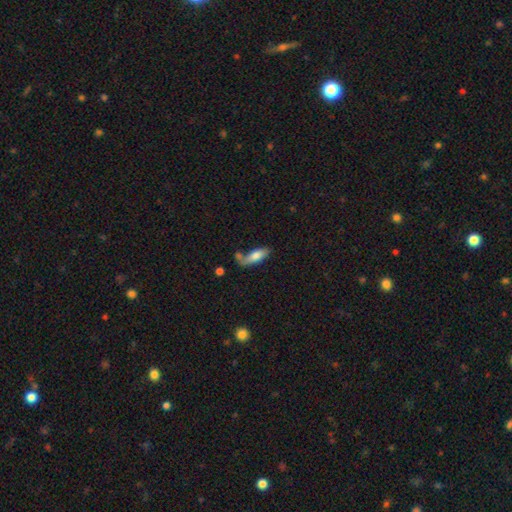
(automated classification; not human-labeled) Overall: smooth (75%). How rounded: in between (63%; cigar-shaped 34%). Merging: none (50%; minor disturbance 22%).